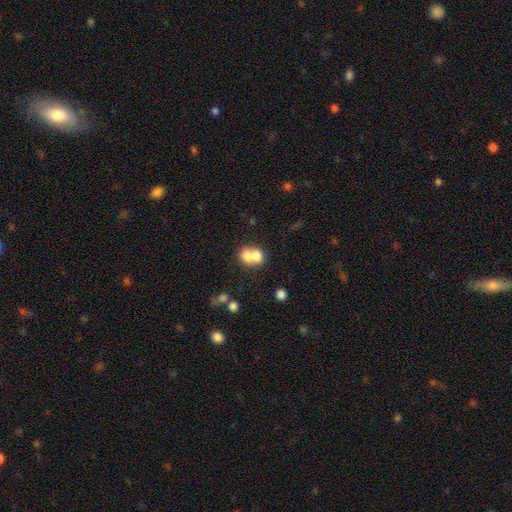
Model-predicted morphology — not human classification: A smooth galaxy with no disk features (69%) that is round (53%). Merging: merger (69%).